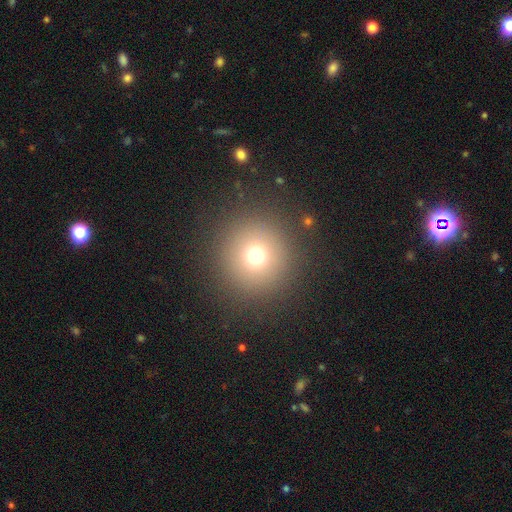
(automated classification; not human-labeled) smooth 70%, star or artifact 20%, featured or disk 10%. Down the decision tree: how rounded — round (95%); merging — none (89%).